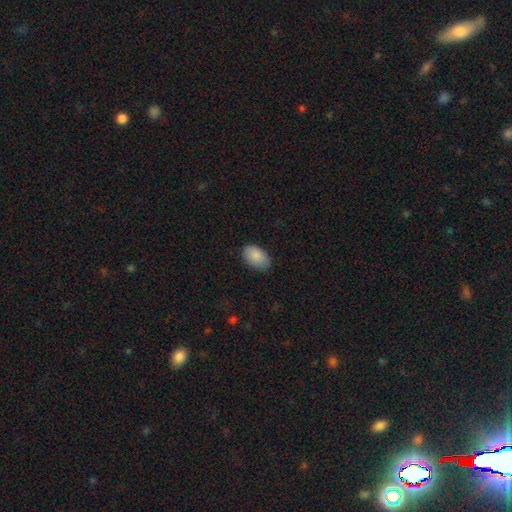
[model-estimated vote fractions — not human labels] A smooth galaxy with no disk features (89%) that is in between round and cigar-shaped (92%).

Vote fractions:
- Smooth or featured? smooth: 89% / star or artifact: 6% / featured or disk: 5%
- How rounded? in between: 92% / round: 7% / cigar-shaped: 1%
- Merging? none: 85% / minor disturbance: 12% / major disturbance: 2% / merger: 1%